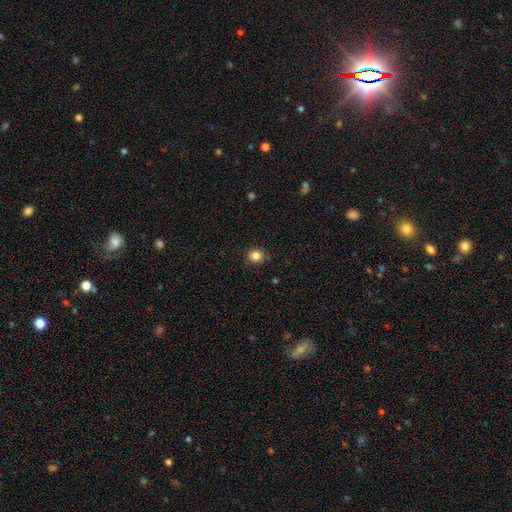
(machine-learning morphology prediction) A smooth galaxy with no disk features (84%) that is round (87%). Merging: none (88%).